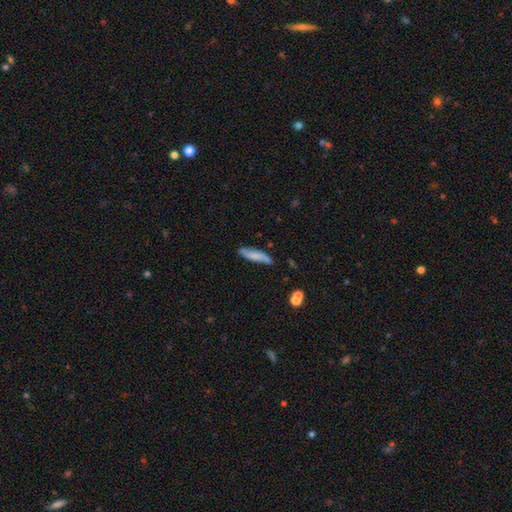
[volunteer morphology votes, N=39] Q: Smooth or featured?
A: smooth (62%); runner-up: featured or disk (33%)
Q: How rounded?
A: cigar-shaped (75%); runner-up: in between (21%)
Q: Merging?
A: none (73%); runner-up: minor disturbance (19%)